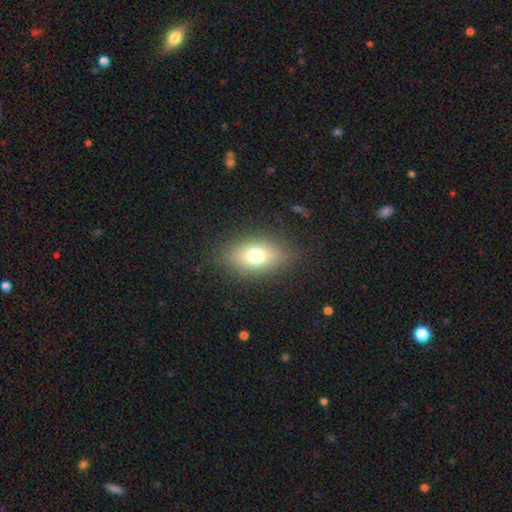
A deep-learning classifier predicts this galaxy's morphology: Overall: smooth (72%). How rounded: in between (80%). Merging: none (84%).